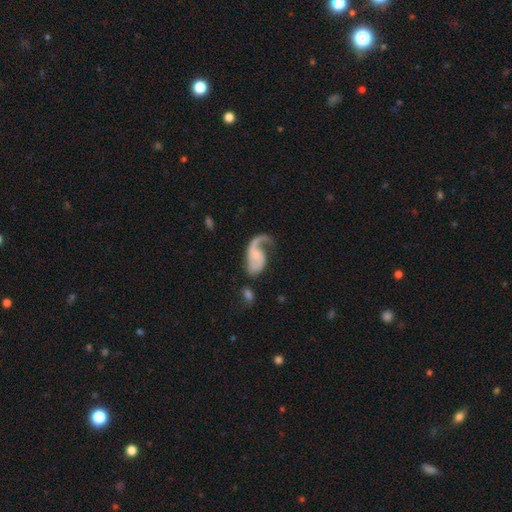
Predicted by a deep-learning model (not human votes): Q: Smooth or featured?
A: featured or disk (78%); runner-up: smooth (16%)
Q: Edge-on disk?
A: no (97%); runner-up: yes (3%)
Q: Bar?
A: no (61%); runner-up: weak (32%)
Q: Spiral arms?
A: yes (91%); runner-up: no (9%)
Q: Spiral winding?
A: loose (62%); runner-up: medium (29%)
Q: Spiral arm count?
A: 1 (56%); runner-up: 2 (39%)
Q: Bulge size?
A: small (55%); runner-up: moderate (22%)
Q: Merging?
A: major disturbance (40%); runner-up: none (33%)